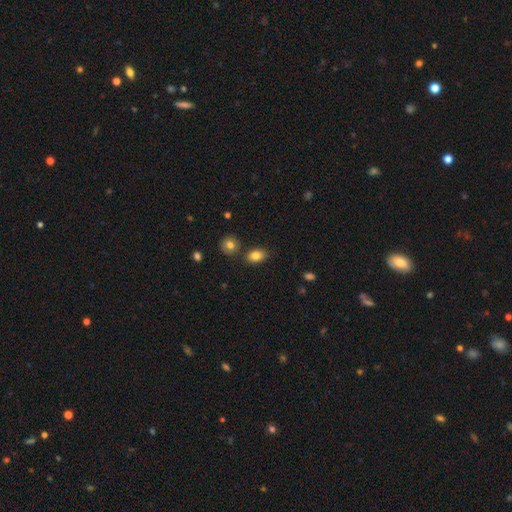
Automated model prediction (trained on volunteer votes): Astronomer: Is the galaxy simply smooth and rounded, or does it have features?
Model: smooth — 82%.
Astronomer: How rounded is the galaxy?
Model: in between — 77%.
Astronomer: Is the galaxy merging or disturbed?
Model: none — 77%.